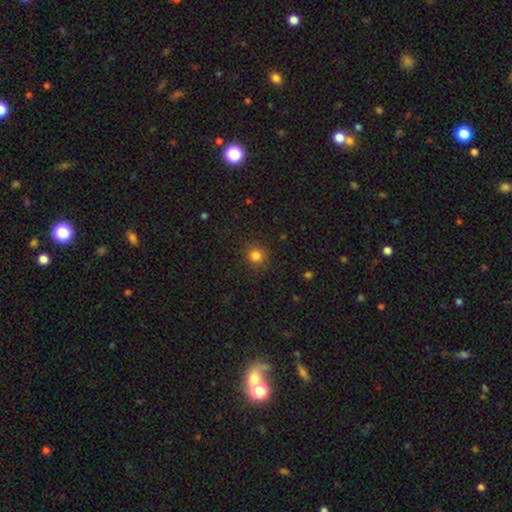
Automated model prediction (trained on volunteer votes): This is clearly a smooth galaxy (83%). How rounded: clearly round (92%). Merging: clearly none (87%).